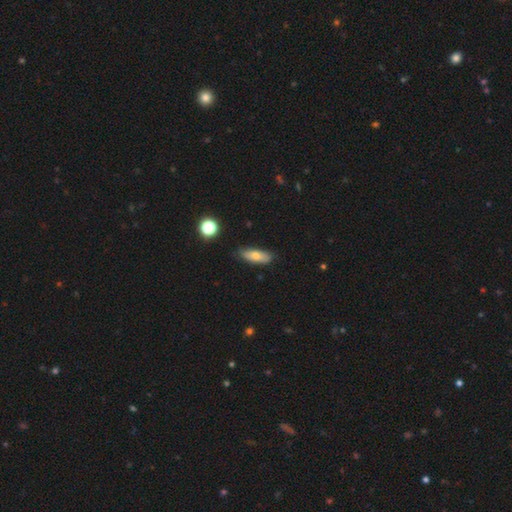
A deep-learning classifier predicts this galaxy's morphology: This appears to be a smooth galaxy with no disk features (73%) that is in between round and cigar-shaped (61%). Merging: none (84%).